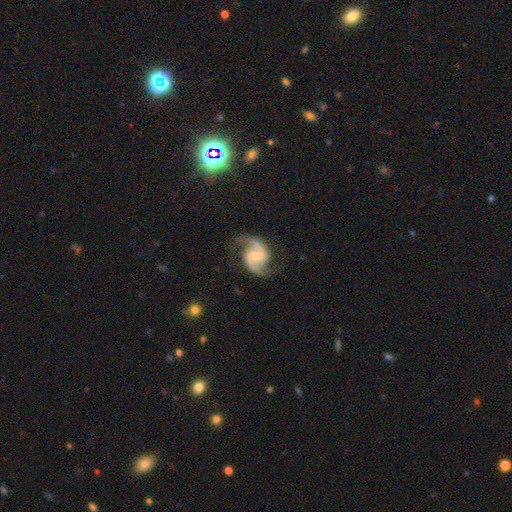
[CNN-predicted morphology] The model was most divided on "bulge size" (2-way tie): small: 44%, moderate: 44%, none: 7%, large: 4%, dominant: 1%. Remaining: edge-on disk — no (98%); spiral arms — yes (98%); spiral arm count — 2 (94%); smooth or featured — featured or disk (91%); merging — none (77%); spiral winding — medium (57%); bar — weak (48%).